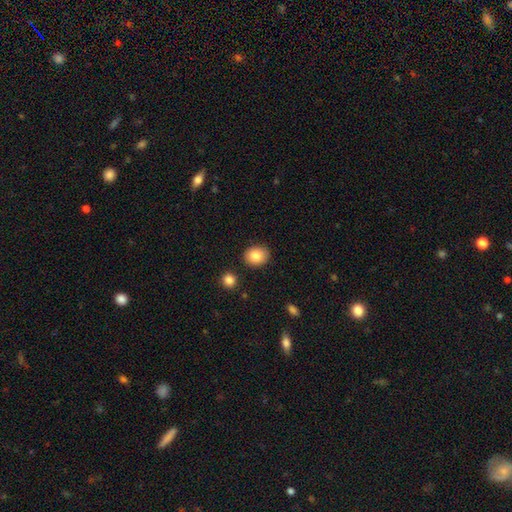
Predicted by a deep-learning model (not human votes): smooth 84%, star or artifact 9%, featured or disk 8%. Down the decision tree: how rounded — round (61%); merging — none (88%).